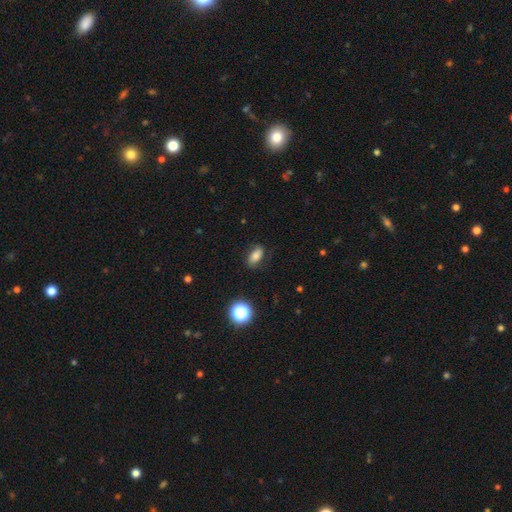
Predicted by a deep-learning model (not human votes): Overall: smooth (69%). How rounded: in between (86%). Merging: none (76%).